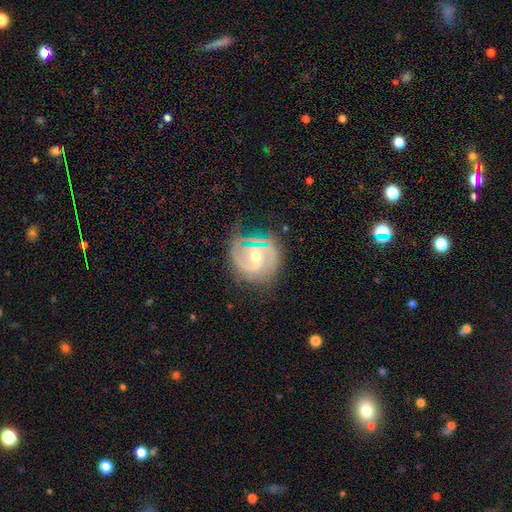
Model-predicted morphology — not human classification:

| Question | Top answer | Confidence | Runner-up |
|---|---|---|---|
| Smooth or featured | featured or disk | 84% | smooth (9%) |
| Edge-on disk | no | 97% | yes (3%) |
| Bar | weak | 49% | no (27%) |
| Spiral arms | yes | 95% | no (5%) |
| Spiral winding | medium | 44% | tight (43%) |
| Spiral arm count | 2 | 73% | can't tell (10%) |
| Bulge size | moderate | 58% | small (38%) |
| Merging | none | 72% | minor disturbance (18%) |